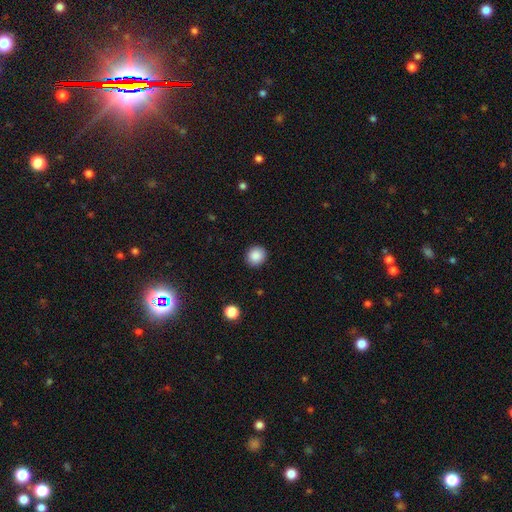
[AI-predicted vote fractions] smooth_or_featured: smooth (p=0.88) [alt: star or artifact p=0.09]
how_rounded: round (p=0.89) [alt: in between p=0.10]
merging: none (p=0.91) [alt: minor disturbance p=0.06]